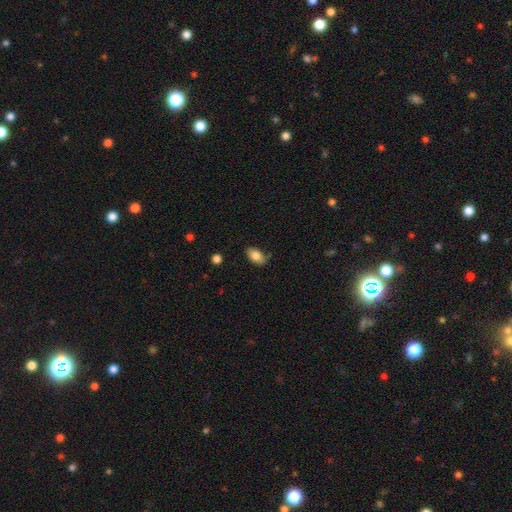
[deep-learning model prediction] The model was most divided on "merging": none: 70%, minor disturbance: 23%, major disturbance: 5%, merger: 2%. More confident: how rounded — in between (91%); smooth or featured — smooth (82%).